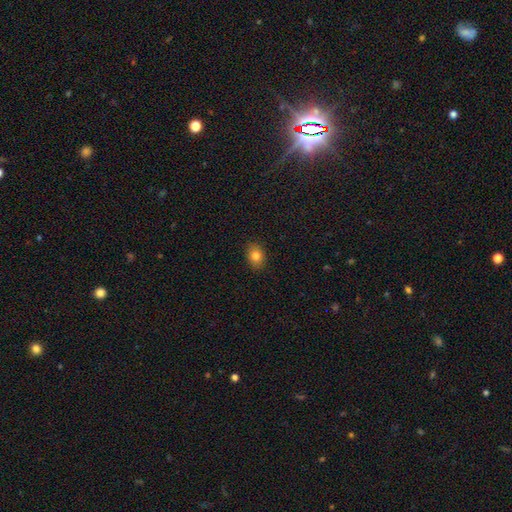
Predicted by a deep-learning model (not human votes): This is clearly a smooth galaxy (82%). How rounded: likely in between (65%). Merging: clearly none (89%).